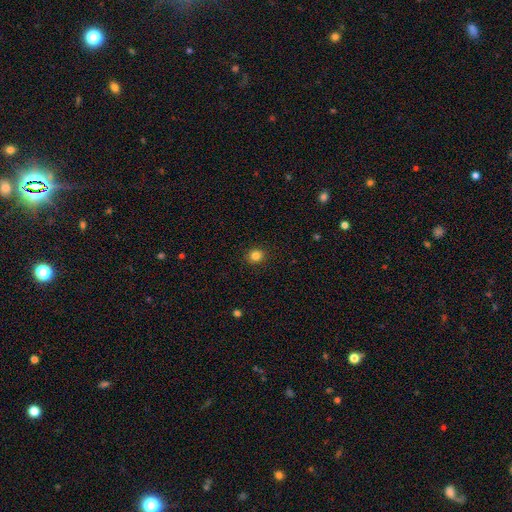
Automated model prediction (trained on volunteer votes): A smooth galaxy with no disk features (84%) that is round (82%). Merging: none (91%).